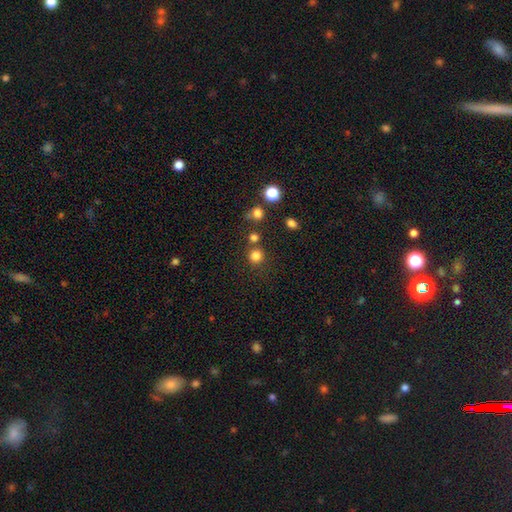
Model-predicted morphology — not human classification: Smooth or featured: smooth — 80% (star or artifact — 15%)
How rounded: round — 92% (in between — 7%)
Merging: none — 79% (merger — 10%)